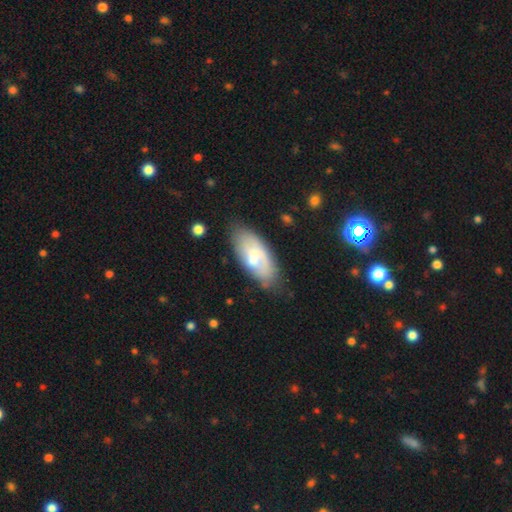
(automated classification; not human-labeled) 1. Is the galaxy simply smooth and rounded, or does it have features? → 46% smooth (tied), 46% featured or disk (tied), 7% star or artifact.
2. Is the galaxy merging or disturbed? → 64% none, 22% minor disturbance, 8% major disturbance, 6% merger.